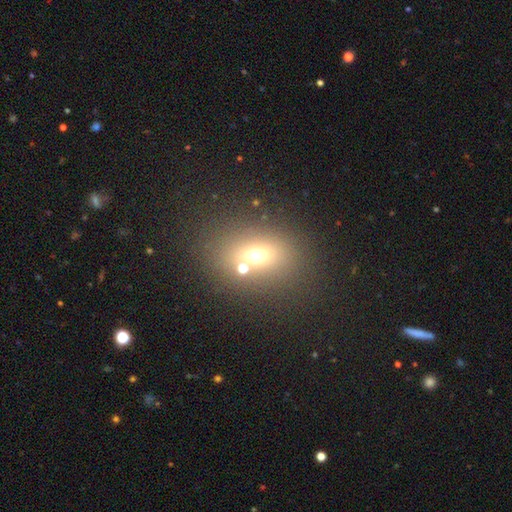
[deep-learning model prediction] This appears to be a smooth galaxy with no disk features (62%) that is in between round and cigar-shaped (56%). Merging: none (65%).